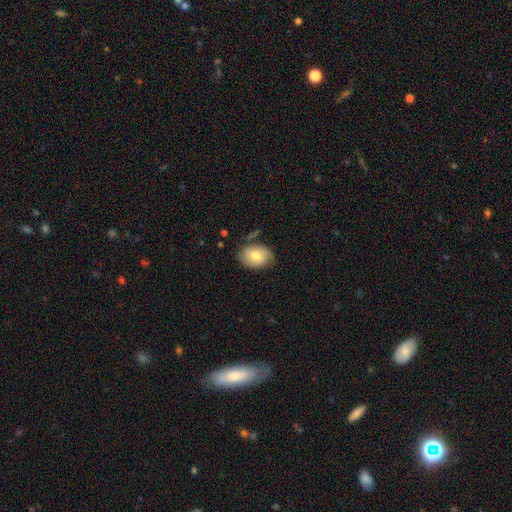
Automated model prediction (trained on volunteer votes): Smooth or featured? smooth (68%)
How rounded? in between (72%)
Merging? none (72%)